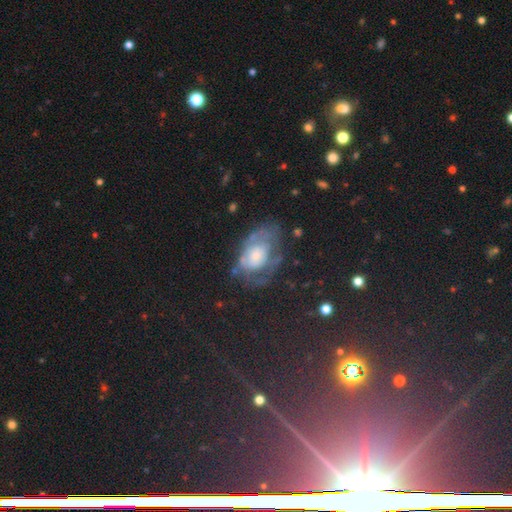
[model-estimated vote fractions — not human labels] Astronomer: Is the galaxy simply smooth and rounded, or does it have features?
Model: featured or disk — 54% (runner-up: smooth, 33%).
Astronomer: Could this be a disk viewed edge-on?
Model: no — 94%.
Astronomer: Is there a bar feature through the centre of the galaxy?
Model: no — 83%.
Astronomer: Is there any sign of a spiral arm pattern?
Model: yes — 56% (runner-up: no, 44%).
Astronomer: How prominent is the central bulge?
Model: moderate — 38% (runner-up: large, 29%).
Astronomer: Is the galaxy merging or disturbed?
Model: none — 45% (runner-up: minor disturbance, 27%).